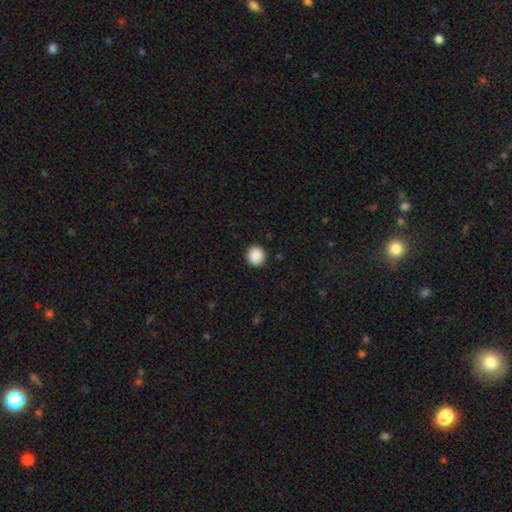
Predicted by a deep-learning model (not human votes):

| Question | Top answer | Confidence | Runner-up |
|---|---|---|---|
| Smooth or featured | smooth | 89% | star or artifact (8%) |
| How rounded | round | 91% | in between (8%) |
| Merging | none | 91% | minor disturbance (6%) |